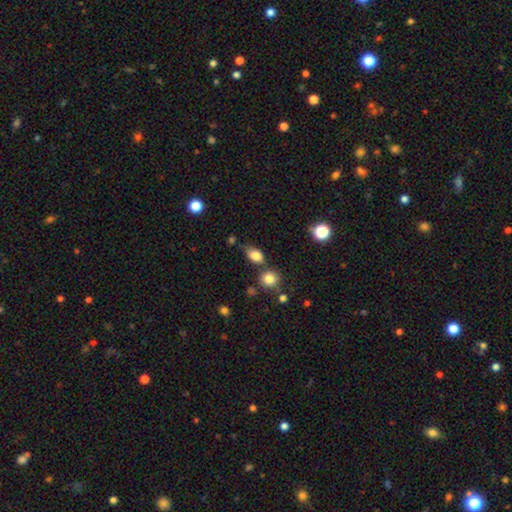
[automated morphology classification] Overall: smooth (82%). How rounded: in between (78%). Merging: none (62%).